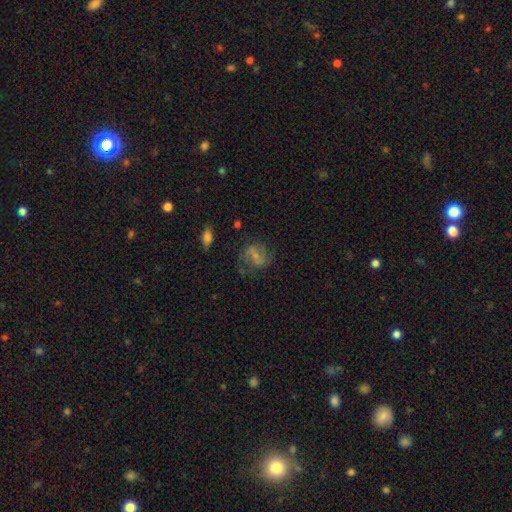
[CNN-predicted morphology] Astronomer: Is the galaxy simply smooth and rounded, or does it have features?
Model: featured or disk — 66%.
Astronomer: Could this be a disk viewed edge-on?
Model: no — 97%.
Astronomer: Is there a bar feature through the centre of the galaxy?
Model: weak — 49% (runner-up: no, 25%).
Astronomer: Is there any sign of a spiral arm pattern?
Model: yes — 86%.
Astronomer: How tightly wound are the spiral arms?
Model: medium — 48% (runner-up: loose, 32%).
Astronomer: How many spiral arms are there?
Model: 2 — 78%.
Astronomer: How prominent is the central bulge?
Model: small — 54%.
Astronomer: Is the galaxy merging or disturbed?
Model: none — 63%.